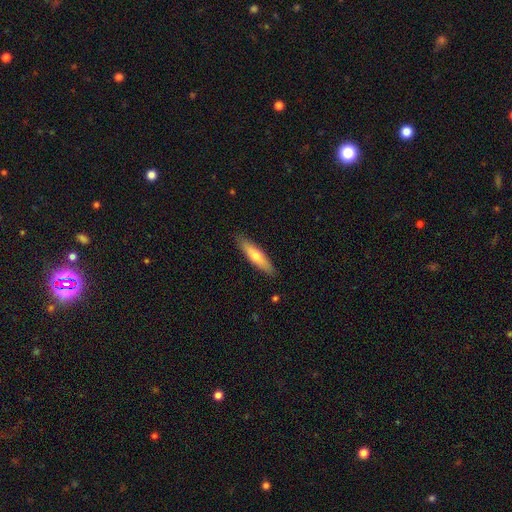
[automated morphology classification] Smooth or featured?
  - smooth: 63% *
  - featured or disk: 32%
  - star or artifact: 5%
How rounded?
  - cigar-shaped: 73% *
  - in between: 25%
  - round: 2%
Merging?
  - none: 88% *
  - minor disturbance: 9%
  - major disturbance: 2%
  - merger: 1%